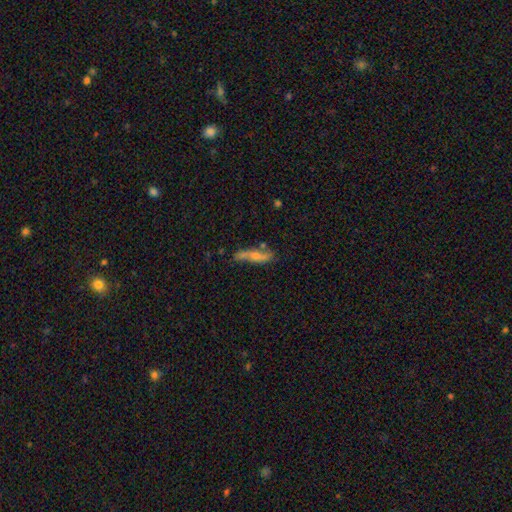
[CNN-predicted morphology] Overall: featured or disk (54%; smooth 37%). Edge-on disk: no (51%; yes 49%). Merging: none (63%).